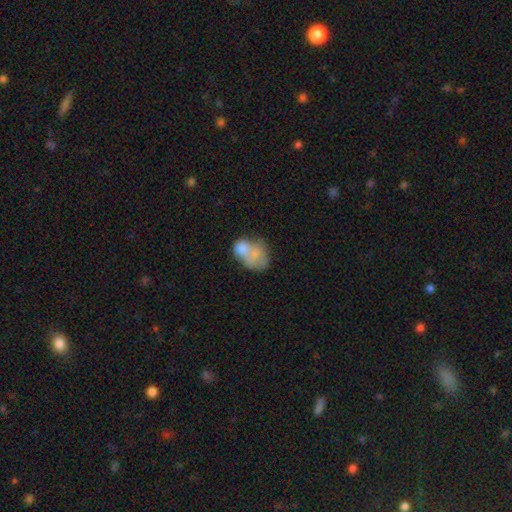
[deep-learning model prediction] Smooth or featured?
  - smooth: 64% *
  - featured or disk: 27%
  - star or artifact: 9%
How rounded?
  - in between: 71% *
  - round: 28%
  - cigar-shaped: 1%
Merging?
  - merger: 53% *
  - none: 19%
  - minor disturbance: 14%
  - major disturbance: 14%